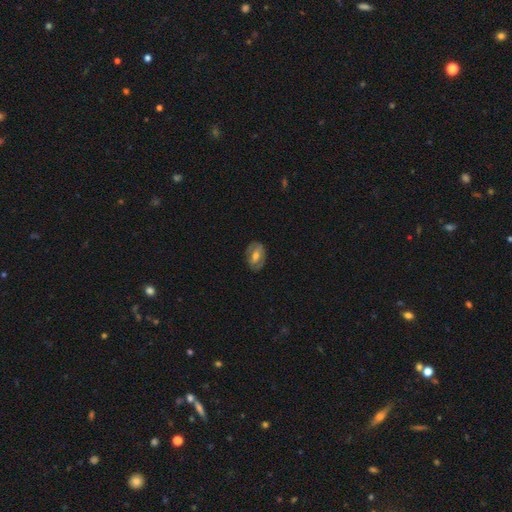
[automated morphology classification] smooth_or_featured: featured or disk (p=0.52) [alt: smooth p=0.41]
disk_edge_on: no (p=0.94) [alt: yes p=0.06]
merging: none (p=0.79) [alt: minor disturbance p=0.16]